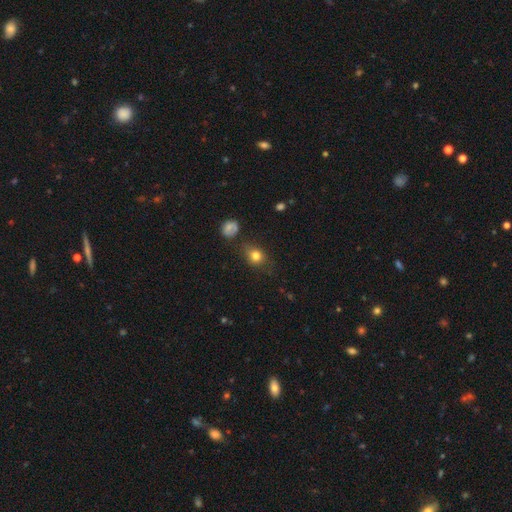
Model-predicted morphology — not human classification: smooth 79%, star or artifact 12%, featured or disk 9%. Down the decision tree: how rounded — round (56%); merging — none (73%).